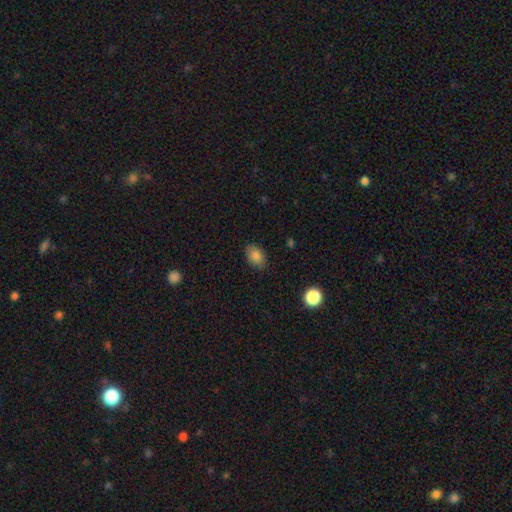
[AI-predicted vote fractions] This appears to be a smooth galaxy with no disk features (84%) that is in between round and cigar-shaped (83%). Merging: none (84%).